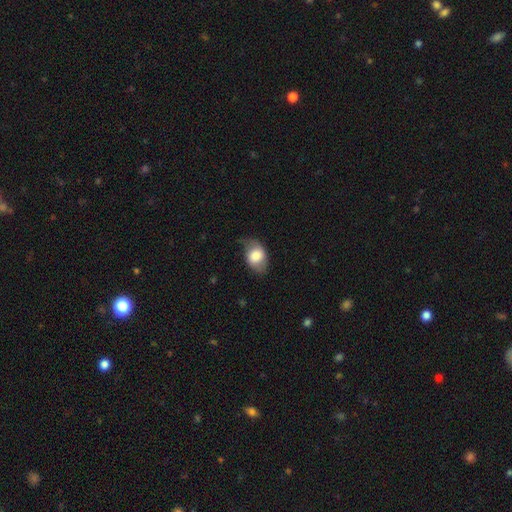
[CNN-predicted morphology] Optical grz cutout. It shows a smooth galaxy with no disk features (75%) that is in between round and cigar-shaped (77%). Merging: none (57%).